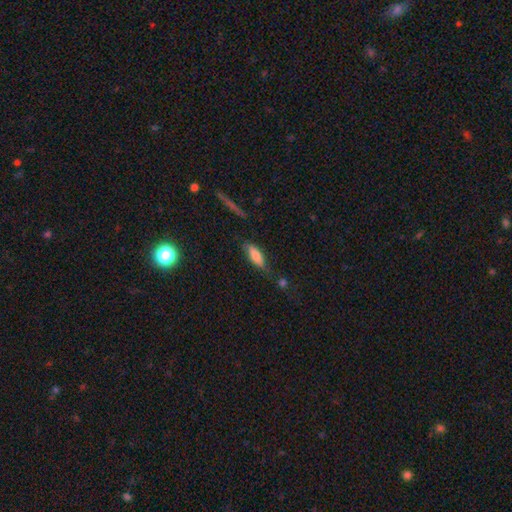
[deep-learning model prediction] Smooth or featured?
  - smooth: 79% *
  - featured or disk: 15%
  - star or artifact: 7%
How rounded?
  - in between: 60% *
  - cigar-shaped: 38%
  - round: 2%
Merging?
  - none: 67% *
  - minor disturbance: 23%
  - major disturbance: 6%
  - merger: 4%